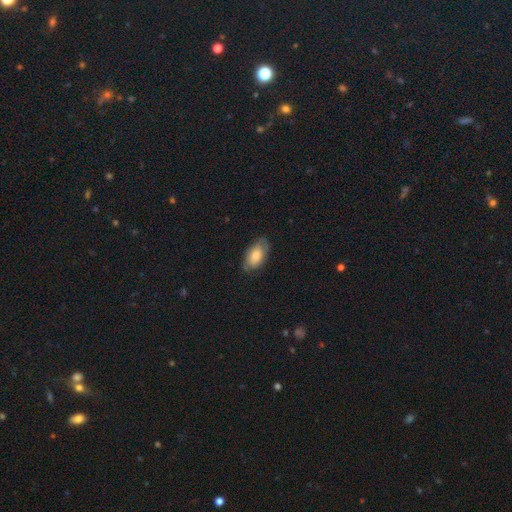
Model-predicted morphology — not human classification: Q: Smooth or featured?
A: smooth (69%); runner-up: featured or disk (25%)
Q: How rounded?
A: in between (93%); runner-up: round (3%)
Q: Merging?
A: none (69%); runner-up: minor disturbance (23%)